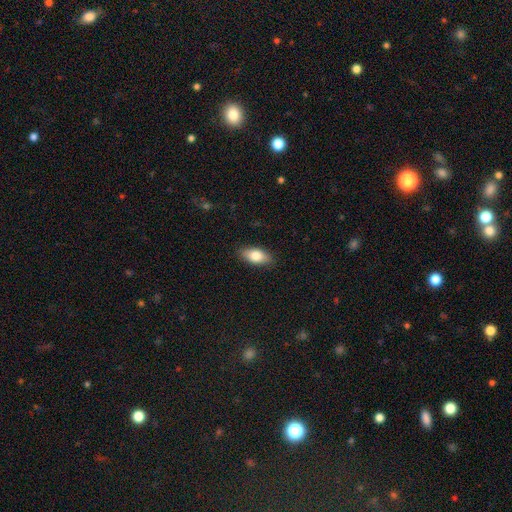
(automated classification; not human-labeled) Smooth or featured? smooth (81%)
How rounded? in between (88%)
Merging? none (87%)